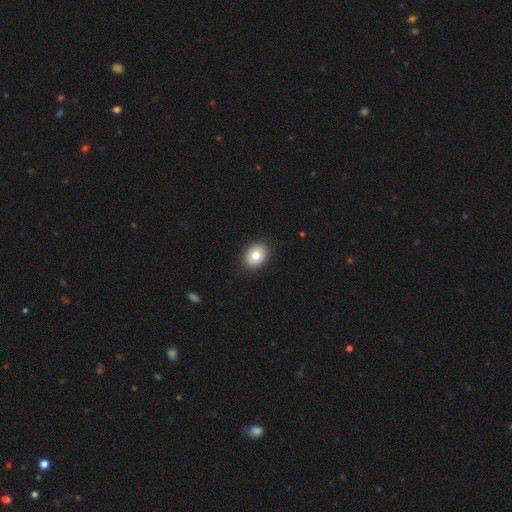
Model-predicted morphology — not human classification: smooth_or_featured: smooth (p=0.80) [alt: featured or disk p=0.11]
how_rounded: in between (p=0.61) [alt: round p=0.38]
merging: none (p=0.90) [alt: minor disturbance p=0.07]